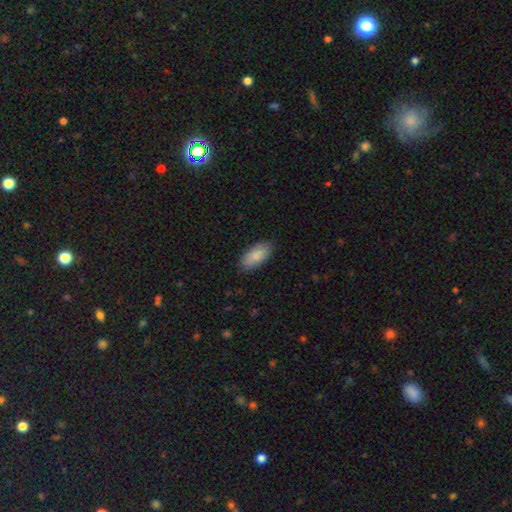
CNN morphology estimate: This appears to be a smooth galaxy with no disk features (83%) that is in between round and cigar-shaped (92%). Merging: none (83%).